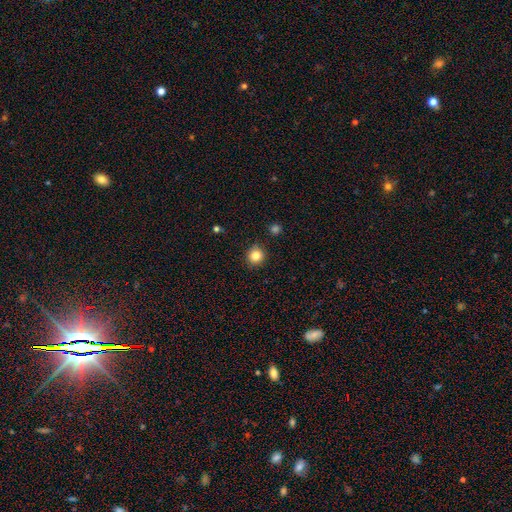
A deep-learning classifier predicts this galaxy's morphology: Q: Smooth or featured?
A: smooth (83%); runner-up: star or artifact (11%)
Q: How rounded?
A: round (92%); runner-up: in between (7%)
Q: Merging?
A: none (88%); runner-up: minor disturbance (8%)